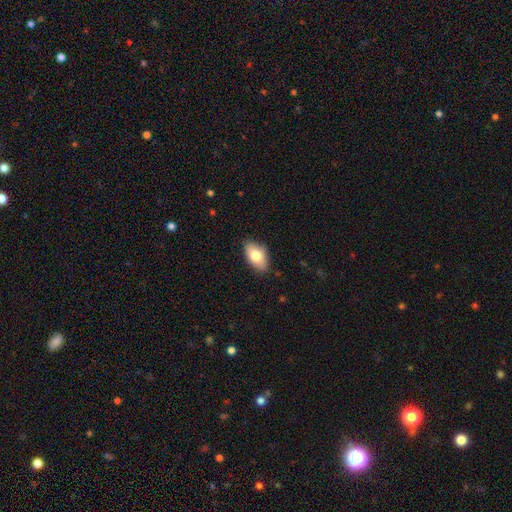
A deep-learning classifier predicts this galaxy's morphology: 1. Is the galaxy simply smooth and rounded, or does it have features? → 79% smooth, 14% featured or disk, 7% star or artifact.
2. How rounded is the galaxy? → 92% in between, 5% round, 2% cigar-shaped.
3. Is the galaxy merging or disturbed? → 82% none, 14% minor disturbance, 2% major disturbance, 1% merger.